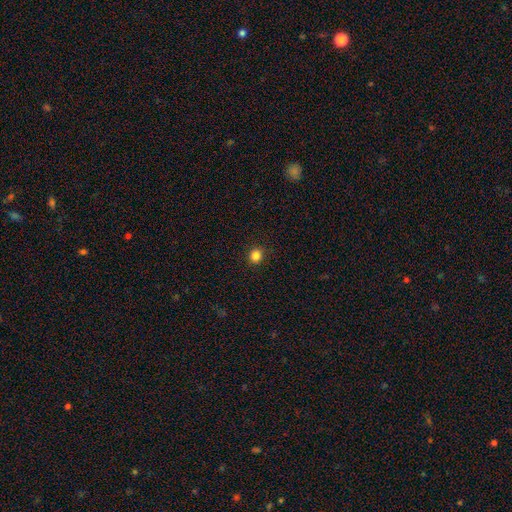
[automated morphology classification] Q: Smooth or featured?
A: smooth (84%); runner-up: star or artifact (12%)
Q: How rounded?
A: round (91%); runner-up: in between (8%)
Q: Merging?
A: none (91%); runner-up: minor disturbance (6%)